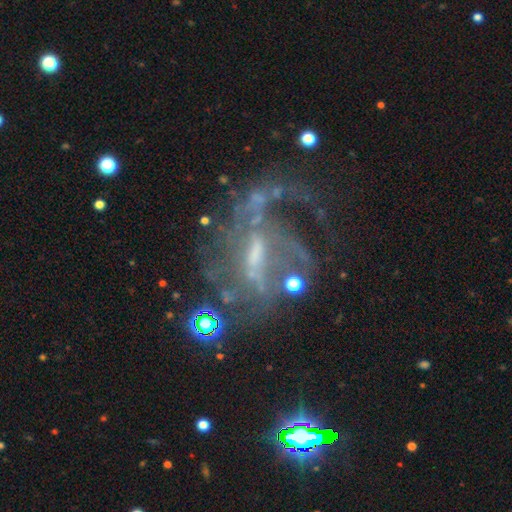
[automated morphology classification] This is likely a featured or disk galaxy (75%). It is clearly not viewed edge-on (95%). Bar: marginally weak (44%). Spiral arm pattern: likely yes (68%). Central bulge: marginally small (37%). Merging: marginally none (39%).